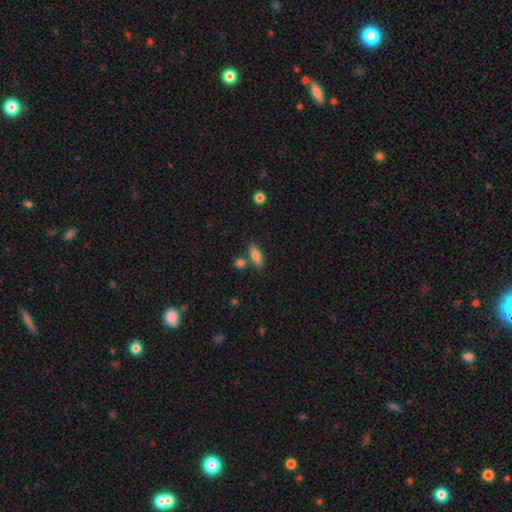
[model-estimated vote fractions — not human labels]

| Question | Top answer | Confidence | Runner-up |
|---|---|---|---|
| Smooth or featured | smooth | 78% | featured or disk (14%) |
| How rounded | in between | 69% | cigar-shaped (28%) |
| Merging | none | 73% | minor disturbance (13%) |